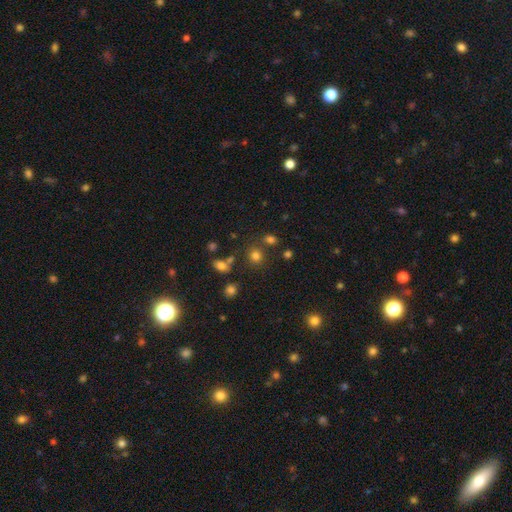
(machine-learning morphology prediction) A smooth galaxy with no disk features (76%) that is round (84%).

Vote fractions:
- Smooth or featured? smooth: 76% / star or artifact: 17% / featured or disk: 6%
- How rounded? round: 84% / in between: 15% / cigar-shaped: 1%
- Merging? none: 74% / merger: 12% / minor disturbance: 10% / major disturbance: 4%